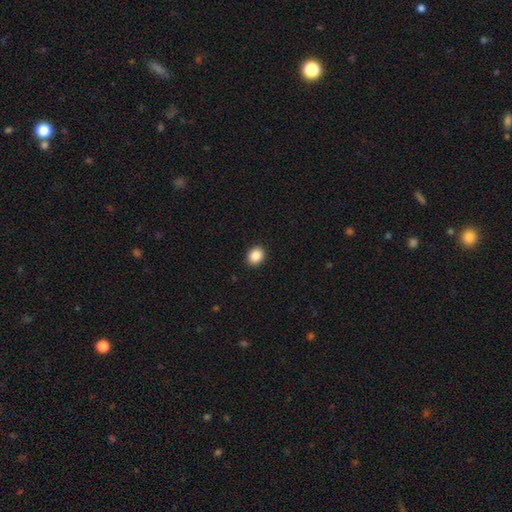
A smooth galaxy with no disk features (92%) that is round (69%).

Vote fractions:
- Smooth or featured? smooth: 92% / star or artifact: 8% / featured or disk: 0%
- How rounded? round: 69% / in between: 31% / cigar-shaped: 0%
- Merging? none: 92% / minor disturbance: 6% / major disturbance: 3% / merger: 0%